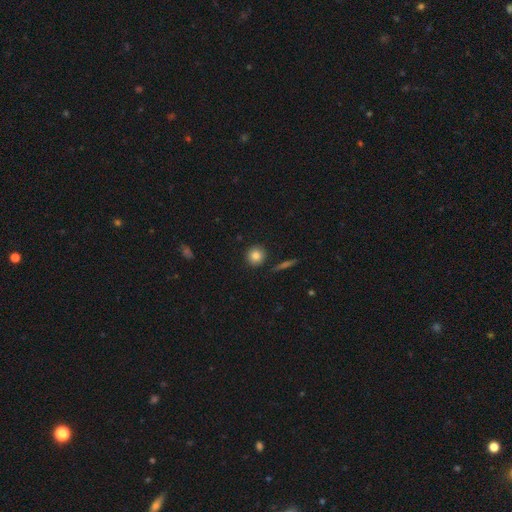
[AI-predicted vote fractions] Smooth or featured?
  - smooth: 84% *
  - star or artifact: 9%
  - featured or disk: 7%
How rounded?
  - round: 93% *
  - in between: 6%
  - cigar-shaped: 1%
Merging?
  - none: 90% *
  - minor disturbance: 6%
  - merger: 2%
  - major disturbance: 2%